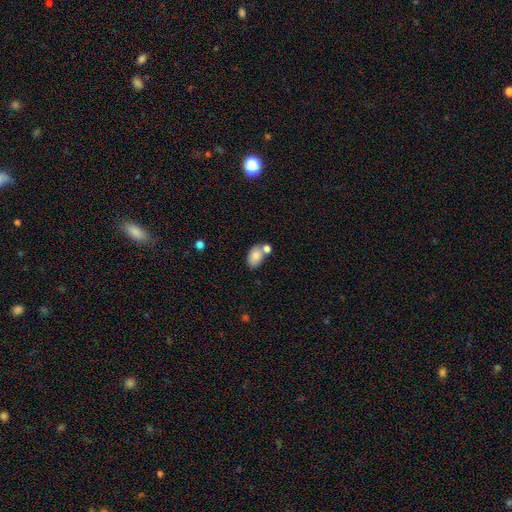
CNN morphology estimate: A smooth galaxy with no disk features (81%) that is in between round and cigar-shaped (88%).

Vote fractions:
- Smooth or featured? smooth: 81% / featured or disk: 11% / star or artifact: 8%
- How rounded? in between: 88% / round: 10% / cigar-shaped: 1%
- Merging? none: 49% / merger: 32% / minor disturbance: 14% / major disturbance: 5%